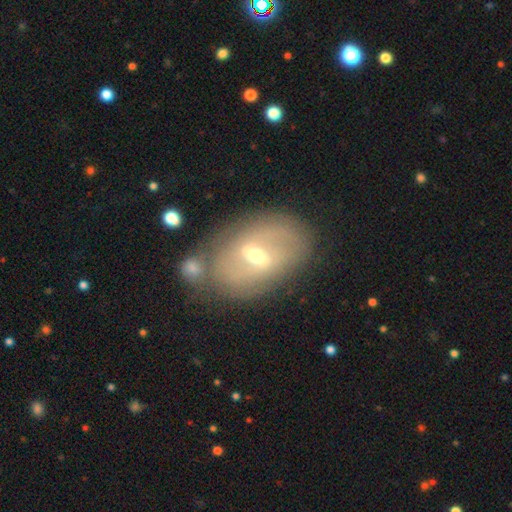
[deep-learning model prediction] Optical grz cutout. It shows a featured or disk galaxy (72%) with a weak bar (51%), spiral arms (61%) and a moderate central bulge (53%). Merging: none (65%).